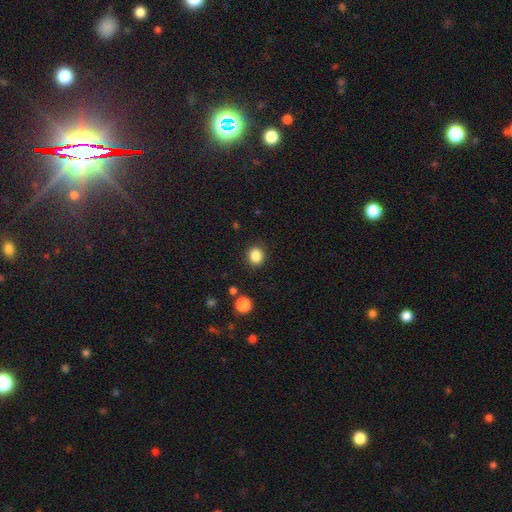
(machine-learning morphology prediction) smooth_or_featured: smooth (p=0.86) [alt: star or artifact p=0.10]
how_rounded: round (p=0.67) [alt: in between p=0.32]
merging: none (p=0.88) [alt: minor disturbance p=0.08]